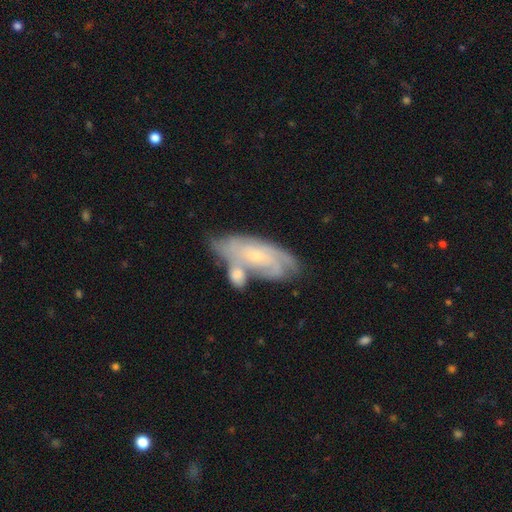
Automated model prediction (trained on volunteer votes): Morphology: type=featured or disk (68%); edge-on=no (88%); bar=no (67%); spiral arms=yes (88%); winding=tight (62%); arm count=can't tell (50%); bulge=small (72%); merging=none (46%).